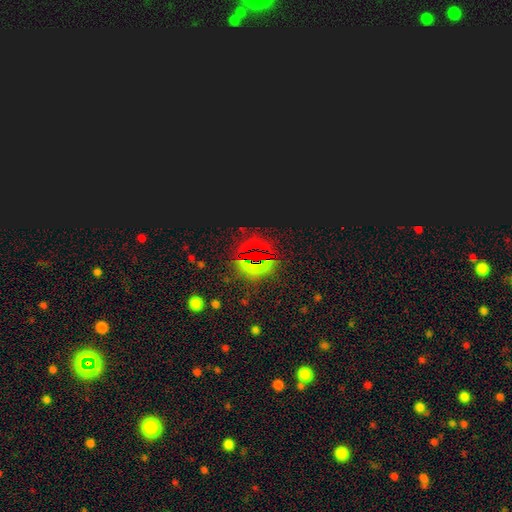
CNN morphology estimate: Smooth or featured? star or artifact (80%)